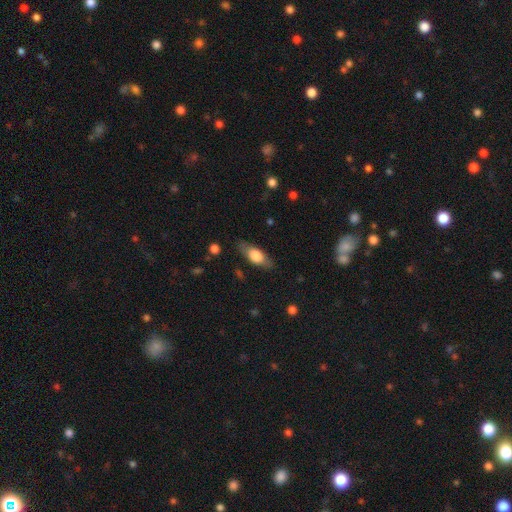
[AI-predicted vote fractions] Smooth or featured: smooth — 68% (featured or disk — 26%)
How rounded: in between — 78% (cigar-shaped — 19%)
Merging: none — 78% (minor disturbance — 16%)